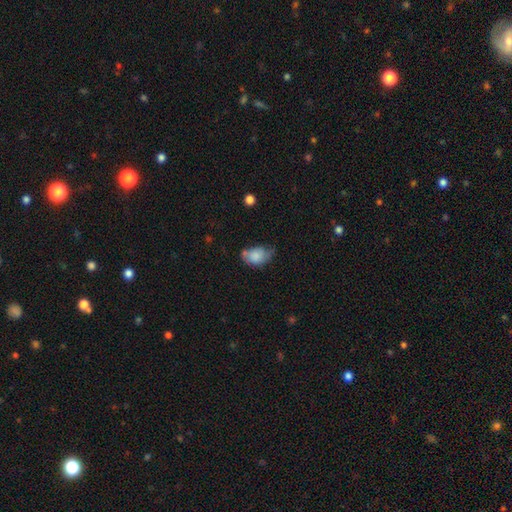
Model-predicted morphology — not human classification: This is likely a smooth galaxy (75%). How rounded: clearly in between (83%). Merging: marginally minor disturbance (39%).